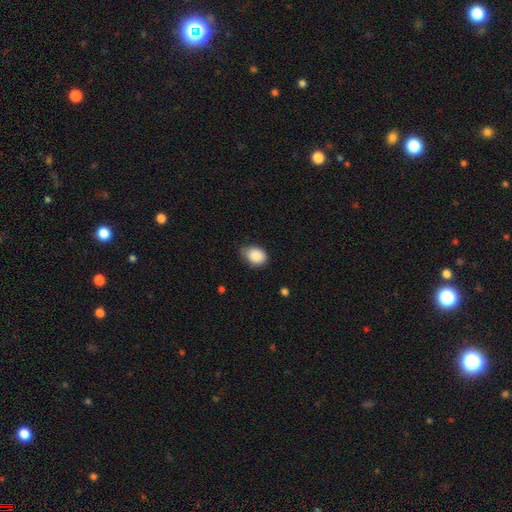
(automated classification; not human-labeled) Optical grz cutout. It shows a smooth galaxy with no disk features (88%) that is in between round and cigar-shaped (71%). Merging: none (59%).